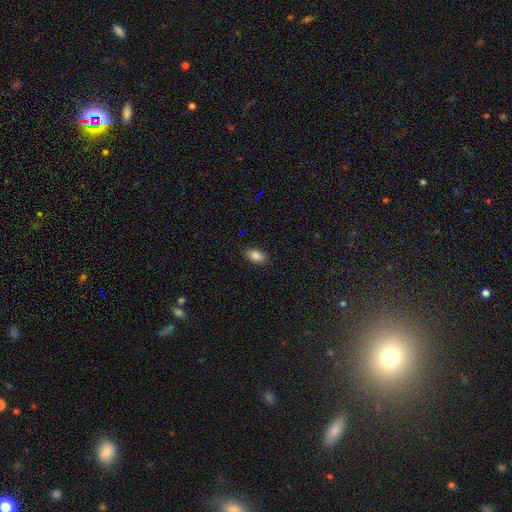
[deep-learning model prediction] smooth 86%, star or artifact 8%, featured or disk 6%. Down the decision tree: how rounded — in between (91%); merging — none (86%).